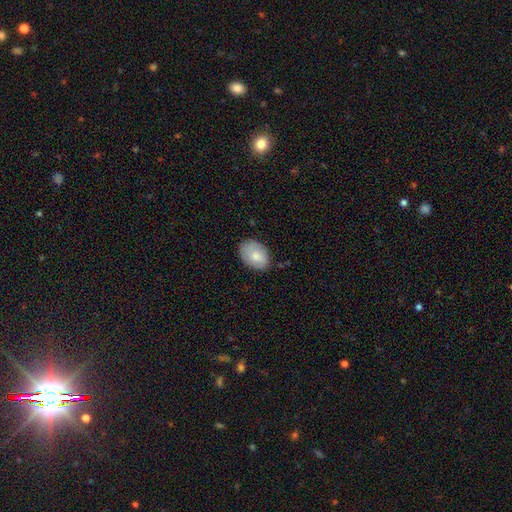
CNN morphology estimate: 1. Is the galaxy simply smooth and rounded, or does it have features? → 77% smooth, 17% featured or disk, 6% star or artifact.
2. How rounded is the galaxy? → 82% in between, 17% round, 1% cigar-shaped.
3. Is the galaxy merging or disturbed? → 78% none, 17% minor disturbance, 3% major disturbance, 1% merger.